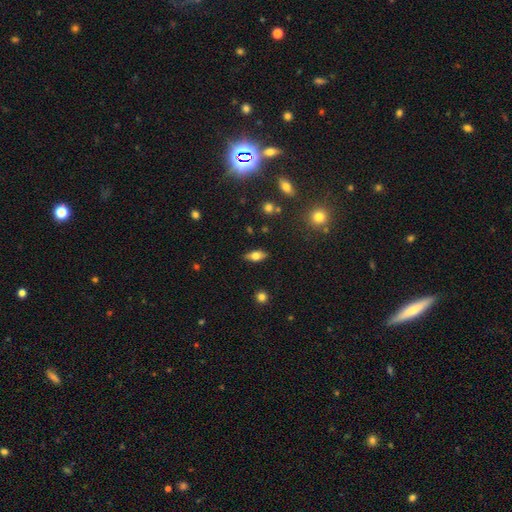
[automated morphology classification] Smooth or featured: smooth — 66% (featured or disk — 26%)
How rounded: in between — 82% (cigar-shaped — 13%)
Merging: none — 85% (minor disturbance — 11%)